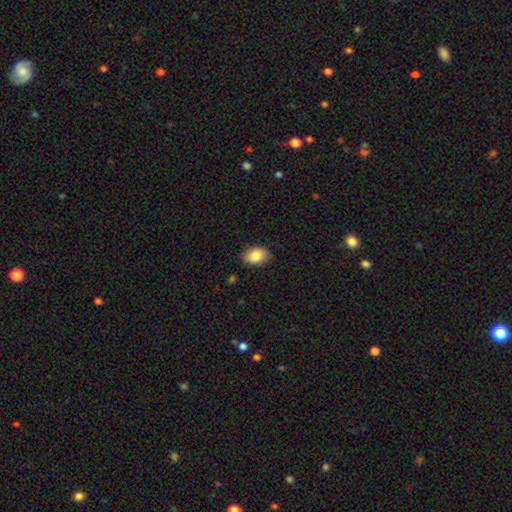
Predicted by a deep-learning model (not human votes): Smooth or featured: smooth — 86% (star or artifact — 7%)
How rounded: in between — 83% (round — 16%)
Merging: none — 86% (minor disturbance — 10%)